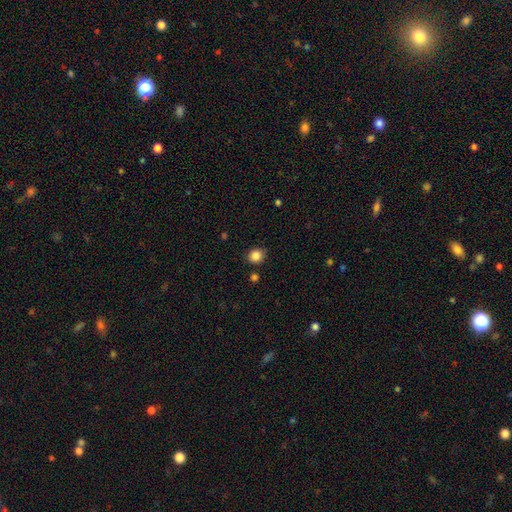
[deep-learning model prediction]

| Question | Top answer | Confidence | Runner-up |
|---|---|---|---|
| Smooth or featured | smooth | 86% | star or artifact (10%) |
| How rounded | round | 75% | in between (24%) |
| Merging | none | 83% | minor disturbance (11%) |